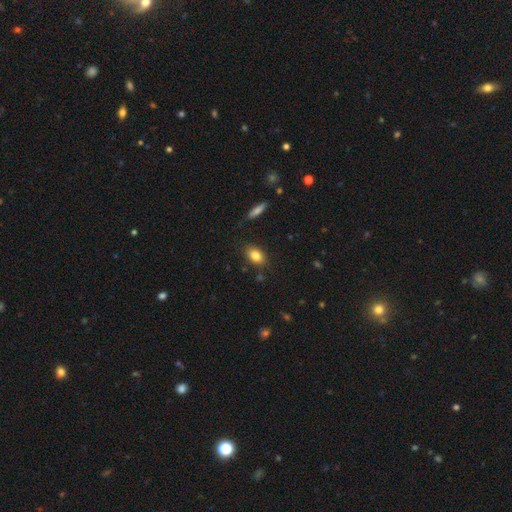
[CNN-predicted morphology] type=smooth (83%); roundness=in between (82%); merging=none (83%).